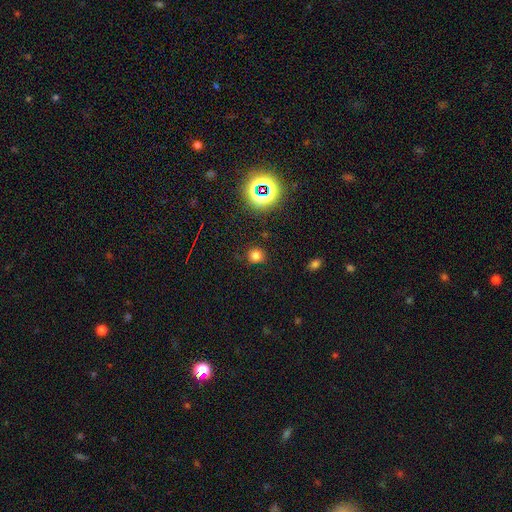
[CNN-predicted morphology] smooth 73%, star or artifact 21%, featured or disk 6%. Down the decision tree: how rounded — round (89%); merging — none (86%).